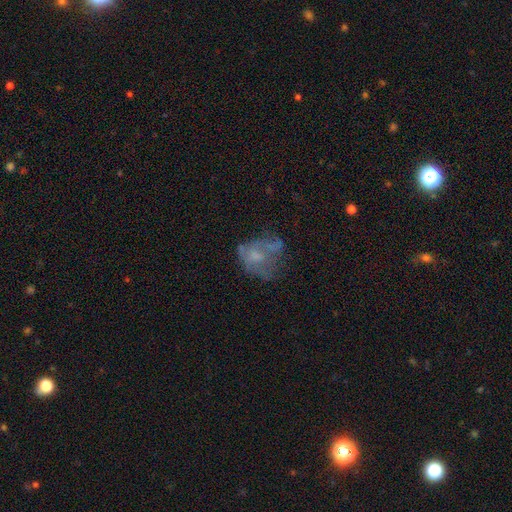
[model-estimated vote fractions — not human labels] The model was most divided on "merging" (2-way tie): none: 35%, major disturbance: 35%, minor disturbance: 22%, merger: 8%. Remaining: smooth or featured — featured or disk (48%).